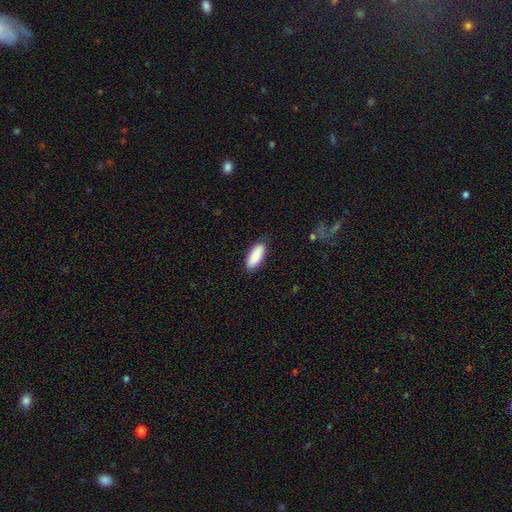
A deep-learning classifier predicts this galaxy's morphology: A smooth galaxy with no disk features (88%) that is in between round and cigar-shaped (78%). Merging: none (86%).